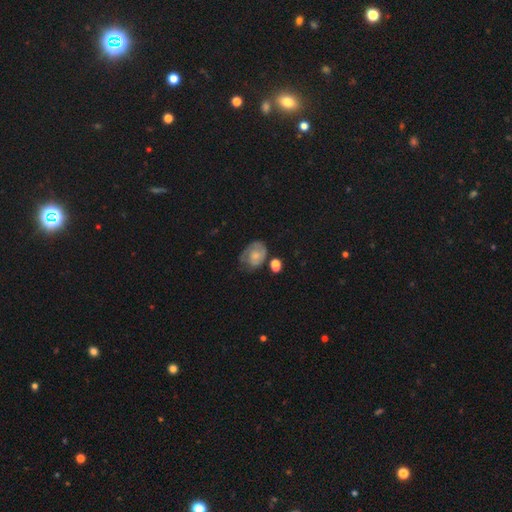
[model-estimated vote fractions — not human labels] Smooth or featured: featured or disk — 51% (smooth — 41%)
Edge-on disk: no — 97% (yes — 3%)
Merging: none — 44% (minor disturbance — 30%)